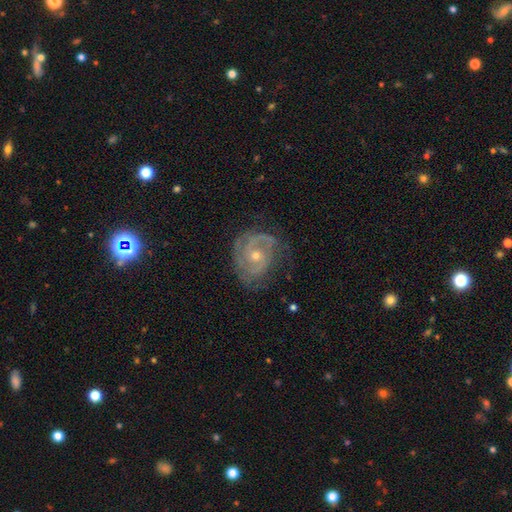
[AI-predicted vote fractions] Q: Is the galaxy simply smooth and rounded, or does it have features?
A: featured or disk — 85%.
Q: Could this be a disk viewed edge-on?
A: no — 97%.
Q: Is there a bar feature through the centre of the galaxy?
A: no — 68%.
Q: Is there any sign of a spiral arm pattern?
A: yes — 94%.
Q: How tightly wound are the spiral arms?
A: tight — 55%.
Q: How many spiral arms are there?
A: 2 — 48%.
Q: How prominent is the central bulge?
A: moderate — 53%.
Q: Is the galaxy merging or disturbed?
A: none — 65%.